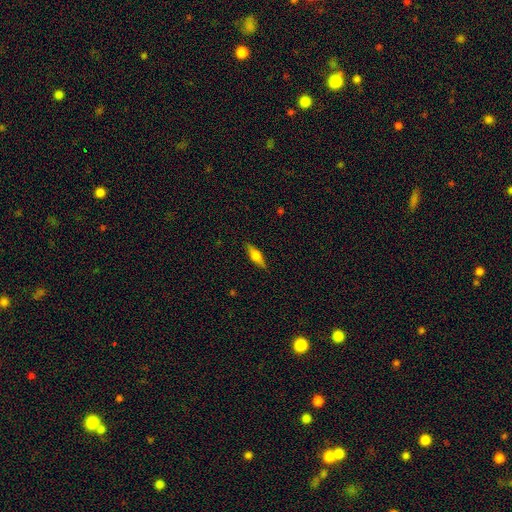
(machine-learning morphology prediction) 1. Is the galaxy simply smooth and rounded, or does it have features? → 47% smooth, 45% featured or disk, 7% star or artifact.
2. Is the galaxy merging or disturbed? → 88% none, 9% minor disturbance, 2% major disturbance, 1% merger.